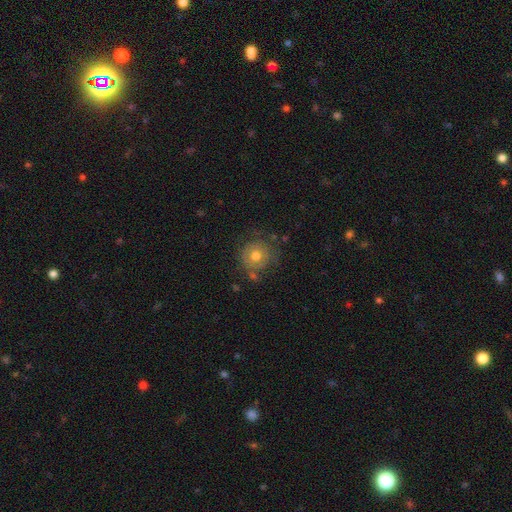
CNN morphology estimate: A smooth galaxy with no disk features (60%) that is round (92%). Merging: none (69%).